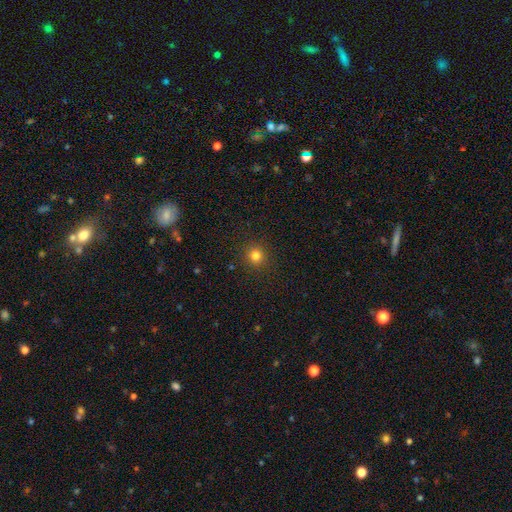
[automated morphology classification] smooth-or-featured: smooth: 81% | star or artifact: 14% | featured or disk: 5%
  how-rounded: round: 93% | in between: 6% | cigar-shaped: 1%
  merging: none: 91% | minor disturbance: 5% | major disturbance: 2% | merger: 1%